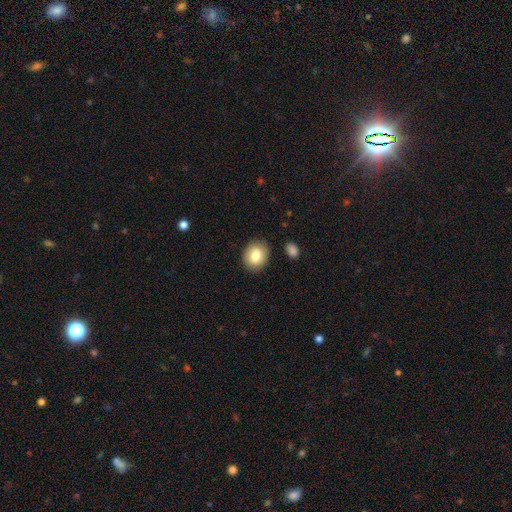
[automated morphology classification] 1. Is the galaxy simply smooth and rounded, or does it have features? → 81% smooth, 11% featured or disk, 8% star or artifact.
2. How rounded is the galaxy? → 51% round, 48% in between, 1% cigar-shaped.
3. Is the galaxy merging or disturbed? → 86% none, 9% minor disturbance, 3% major disturbance, 2% merger.